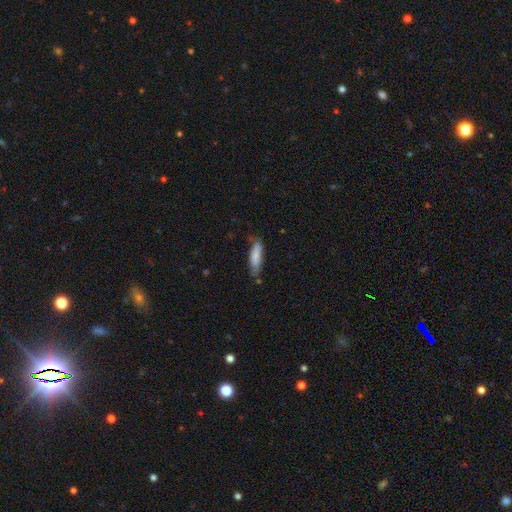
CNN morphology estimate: Smooth or featured: smooth — 82% (featured or disk — 12%)
How rounded: cigar-shaped — 59% (in between — 40%)
Merging: none — 66% (minor disturbance — 26%)